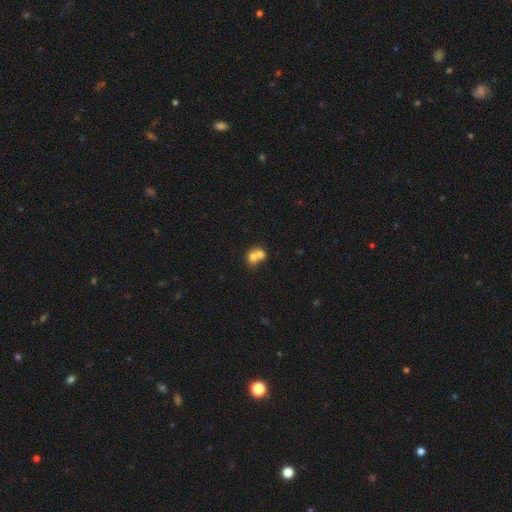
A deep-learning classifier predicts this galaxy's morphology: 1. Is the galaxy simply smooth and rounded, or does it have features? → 70% smooth, 20% featured or disk, 10% star or artifact.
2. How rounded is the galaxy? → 64% round, 35% in between, 1% cigar-shaped.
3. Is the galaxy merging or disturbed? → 72% merger, 20% none, 5% minor disturbance, 3% major disturbance.